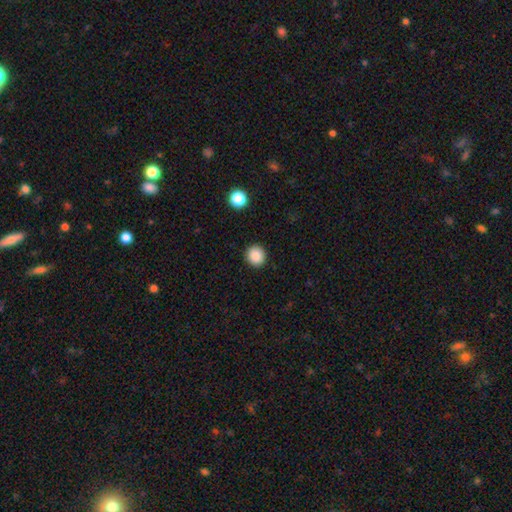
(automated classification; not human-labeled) A smooth galaxy with no disk features (88%) that is round (87%). Merging: none (92%).